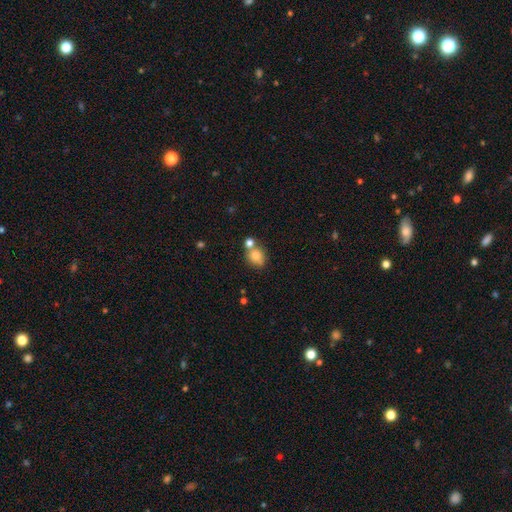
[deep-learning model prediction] Overall: smooth (80%). How rounded: round (66%; in between 33%). Merging: none (56%; merger 27%).